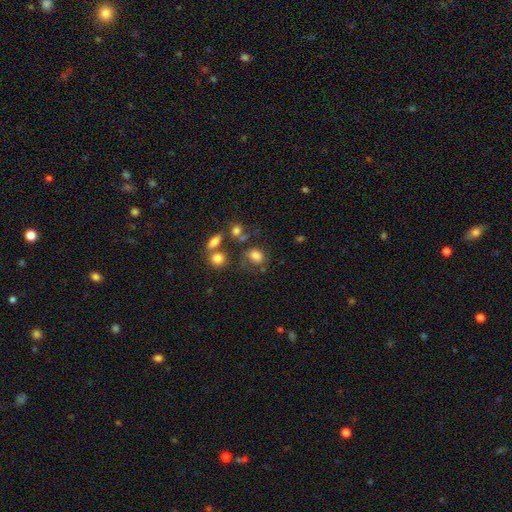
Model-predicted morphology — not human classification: Smooth or featured: smooth — 77% (star or artifact — 12%)
How rounded: in between — 57% (round — 42%)
Merging: none — 53% (minor disturbance — 21%)